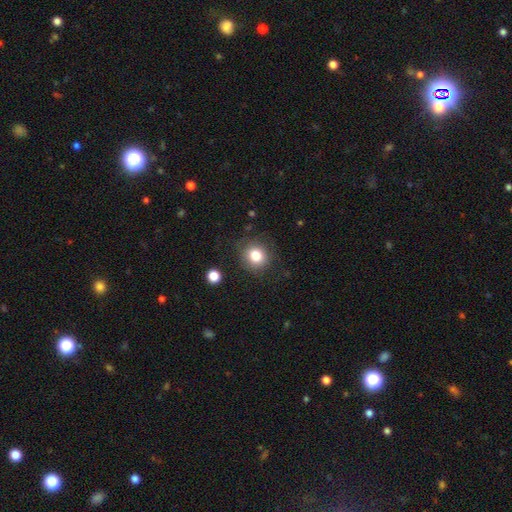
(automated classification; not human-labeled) Morphology: type=smooth (81%); roundness=round (86%); merging=none (84%).